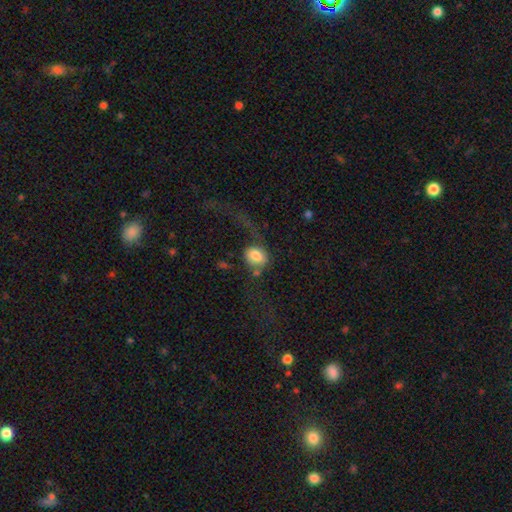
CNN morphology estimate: Q: Smooth or featured?
A: smooth (72%); runner-up: featured or disk (19%)
Q: How rounded?
A: in between (49%); tied with: round (49%)
Q: Merging?
A: major disturbance (41%); runner-up: none (31%)